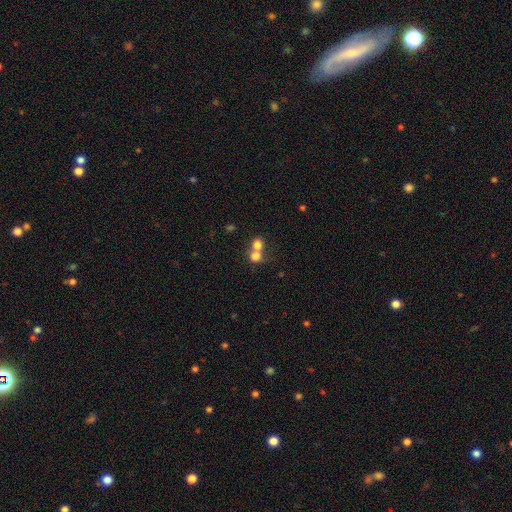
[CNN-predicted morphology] A smooth galaxy with no disk features (75%) that is round (74%).

Vote fractions:
- Smooth or featured? smooth: 75% / featured or disk: 14% / star or artifact: 11%
- How rounded? round: 74% / in between: 24% / cigar-shaped: 1%
- Merging? merger: 64% / none: 28% / minor disturbance: 5% / major disturbance: 3%